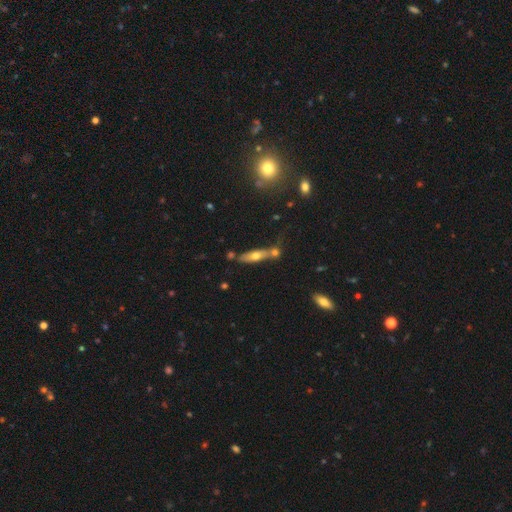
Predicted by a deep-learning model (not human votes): Smooth or featured? Predicted: smooth (p=0.50). How rounded? Predicted: cigar-shaped (p=0.66). Merging? Predicted: none (p=0.54).